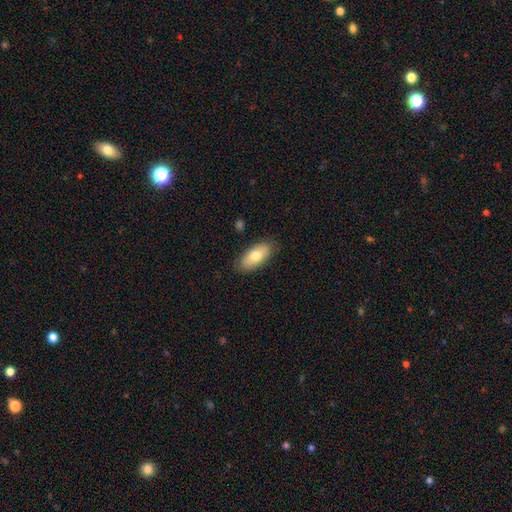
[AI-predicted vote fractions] The model was most divided on "smooth or featured": smooth: 73%, featured or disk: 21%, star or artifact: 6%. More confident: how rounded — in between (89%); merging — none (85%).